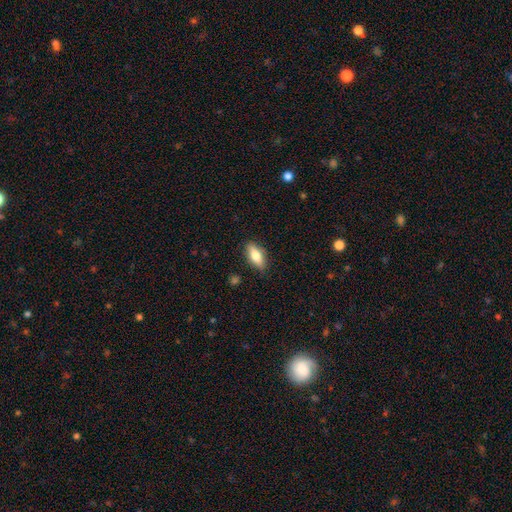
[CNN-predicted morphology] Smooth or featured: smooth — 71% (featured or disk — 22%)
How rounded: in between — 76% (cigar-shaped — 20%)
Merging: none — 86% (minor disturbance — 10%)